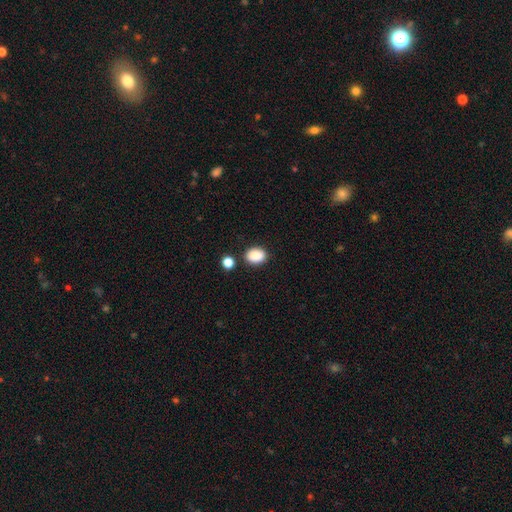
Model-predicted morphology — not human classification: This appears to be a smooth galaxy with no disk features (88%) that is in between round and cigar-shaped (67%). Merging: none (82%).